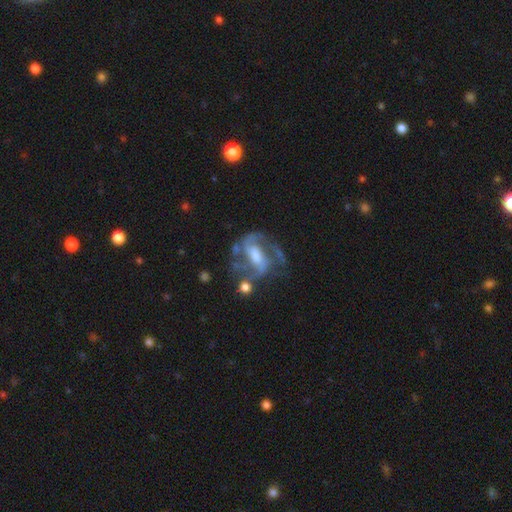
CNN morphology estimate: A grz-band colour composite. It shows a featured or disk galaxy (86%) with a weak bar (42%), 2 (59%) medium (53%) spiral arms (93%) and a moderate central bulge (53%). Merging: none (53%).